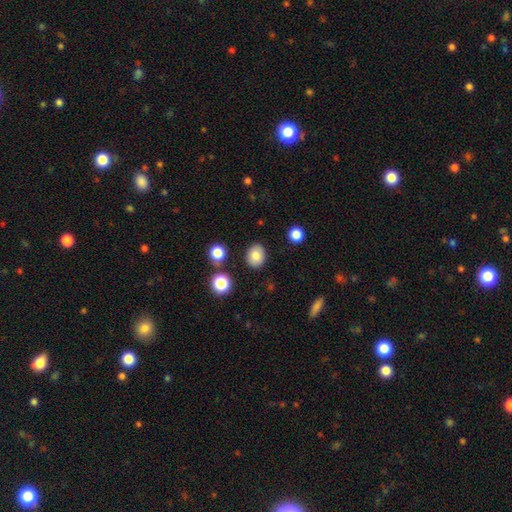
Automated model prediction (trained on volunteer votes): Overall: smooth (81%). How rounded: round (58%; in between 41%). Merging: none (87%).